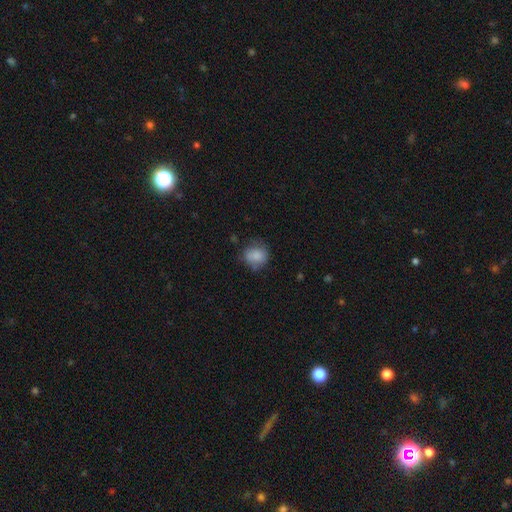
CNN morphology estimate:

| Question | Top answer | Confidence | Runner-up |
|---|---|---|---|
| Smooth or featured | smooth | 81% | featured or disk (10%) |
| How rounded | round | 74% | in between (25%) |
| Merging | none | 62% | minor disturbance (26%) |